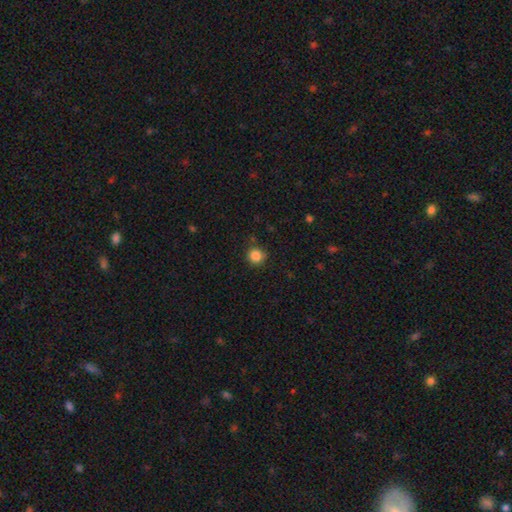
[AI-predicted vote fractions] This appears to be a smooth galaxy with no disk features (85%) that is round (93%). Merging: none (86%).